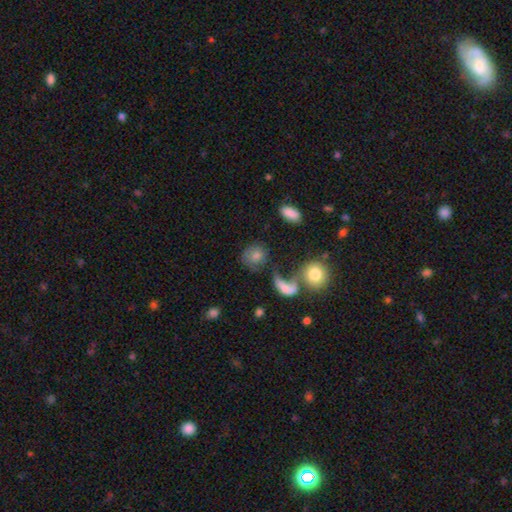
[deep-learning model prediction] The model was most divided on "merging": none: 39%, merger: 25%, major disturbance: 20%, minor disturbance: 16%. More confident: smooth or featured — smooth (72%); how rounded — round (64%).